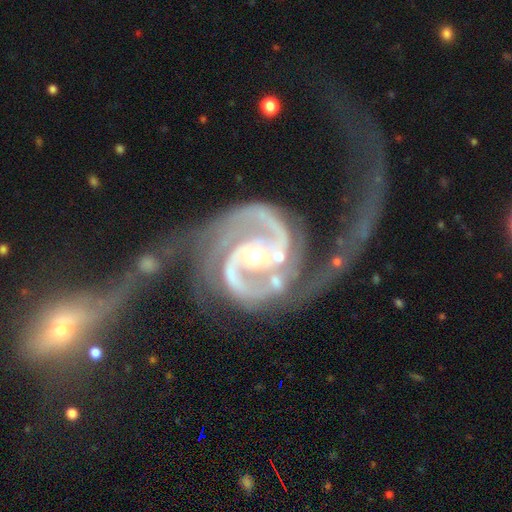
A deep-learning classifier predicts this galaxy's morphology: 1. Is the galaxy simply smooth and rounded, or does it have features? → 94% featured or disk, 4% star or artifact, 2% smooth.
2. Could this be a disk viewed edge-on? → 98% no, 2% yes.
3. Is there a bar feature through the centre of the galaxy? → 47% no, 31% weak, 22% strong.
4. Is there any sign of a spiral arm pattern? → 98% yes, 2% no.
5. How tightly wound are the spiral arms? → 48% medium, 32% tight, 20% loose.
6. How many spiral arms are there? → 88% 2, 3% 3, 3% can't tell, 2% 1, 2% 4, 2% more than 4.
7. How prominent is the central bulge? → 57% small, 39% moderate, 2% large, 1% none, 1% dominant.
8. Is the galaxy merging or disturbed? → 36% major disturbance, 30% merger, 22% none, 13% minor disturbance.